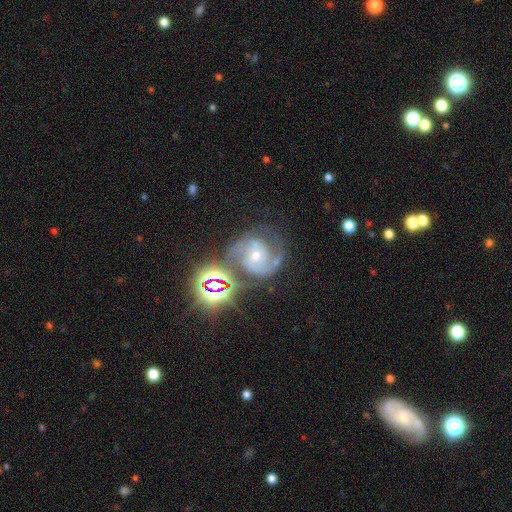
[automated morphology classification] type=featured or disk (79%); edge-on=no (98%); bar=no (58%); spiral arms=yes (97%); winding=medium (52%); arm count=2 (78%); bulge=small (49%); merging=none (62%).